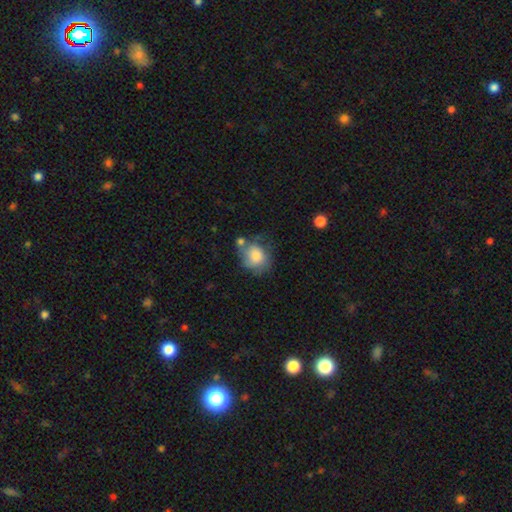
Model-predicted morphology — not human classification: Overall: smooth (72%). How rounded: round (63%; in between 37%). Merging: none (43%; minor disturbance 27%).